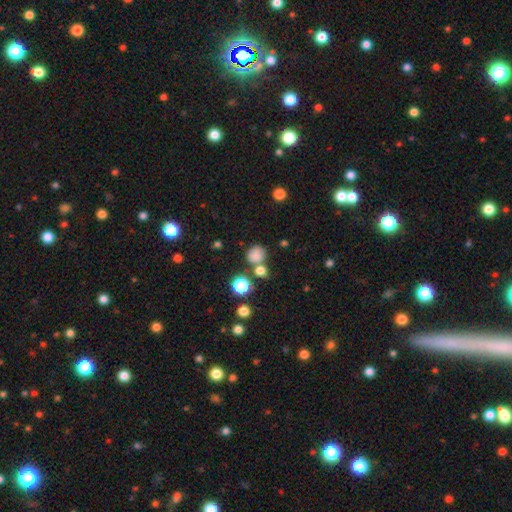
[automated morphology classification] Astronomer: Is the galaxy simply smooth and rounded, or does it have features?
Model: smooth — 79%.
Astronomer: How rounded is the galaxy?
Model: round — 81%.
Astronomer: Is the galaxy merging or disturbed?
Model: none — 64%.